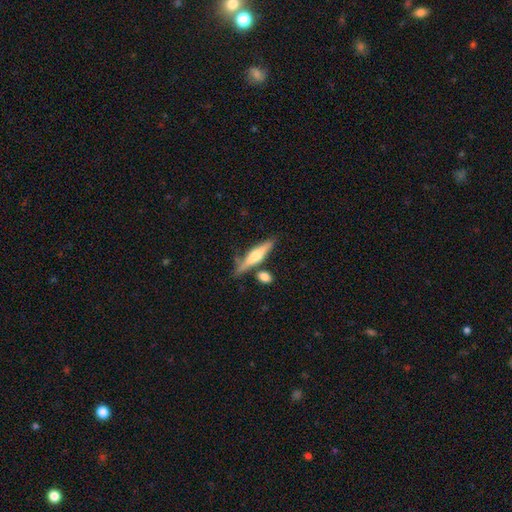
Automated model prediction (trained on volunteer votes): Smooth or featured? Predicted: smooth (p=0.49). Merging? Predicted: none (p=0.64).